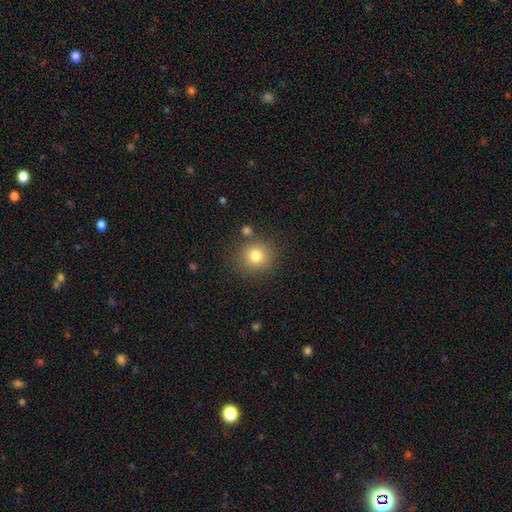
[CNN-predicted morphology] smooth 79%, star or artifact 13%, featured or disk 8%. Down the decision tree: how rounded — round (91%); merging — none (82%).